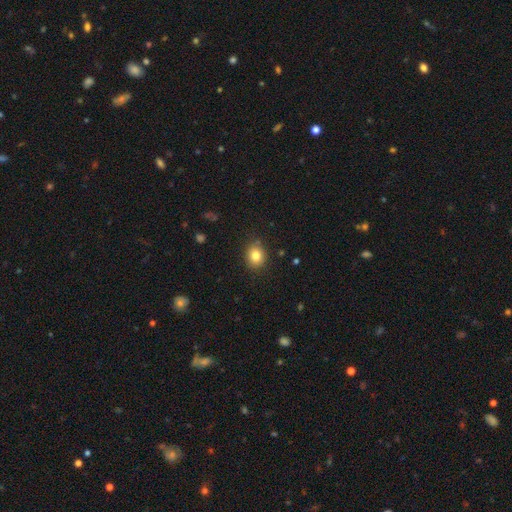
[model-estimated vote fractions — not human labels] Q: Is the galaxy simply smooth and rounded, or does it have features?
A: smooth — 82%.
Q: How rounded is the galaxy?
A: round — 67%.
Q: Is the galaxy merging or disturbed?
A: none — 87%.